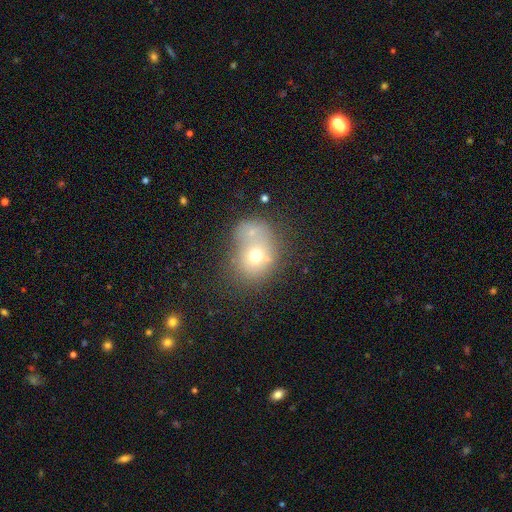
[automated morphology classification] type=smooth (63%); roundness=round (60%); merging=merger (40%).